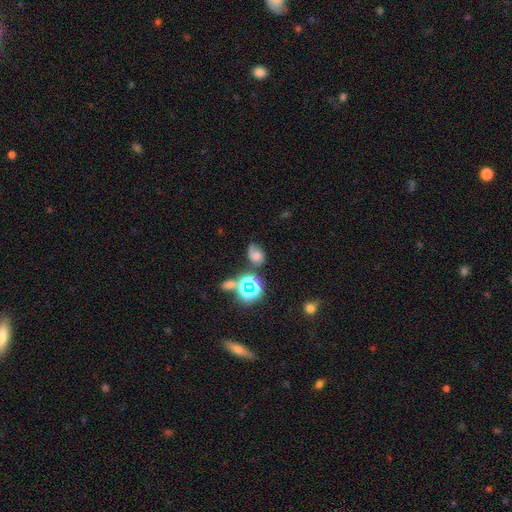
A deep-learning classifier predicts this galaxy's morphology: A smooth galaxy with no disk features (50%) that is in between round and cigar-shaped (59%).

Vote fractions:
- Smooth or featured? smooth: 50% / featured or disk: 25% / star or artifact: 25%
- How rounded? in between: 59% / round: 39% / cigar-shaped: 2%
- Merging? none: 42% / minor disturbance: 28% / major disturbance: 19% / merger: 11%